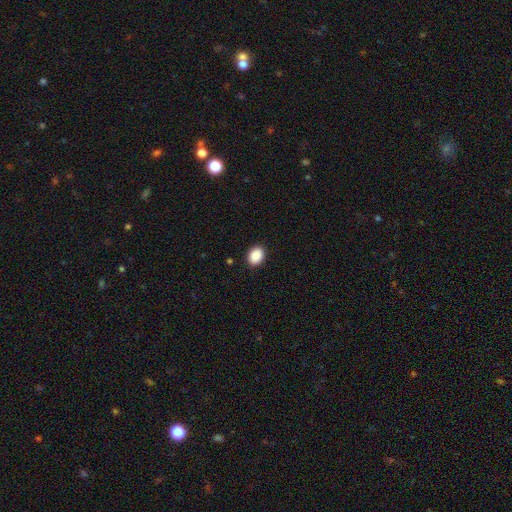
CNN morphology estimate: smooth 90%, star or artifact 8%, featured or disk 3%. Down the decision tree: how rounded — in between (63%); merging — none (90%).